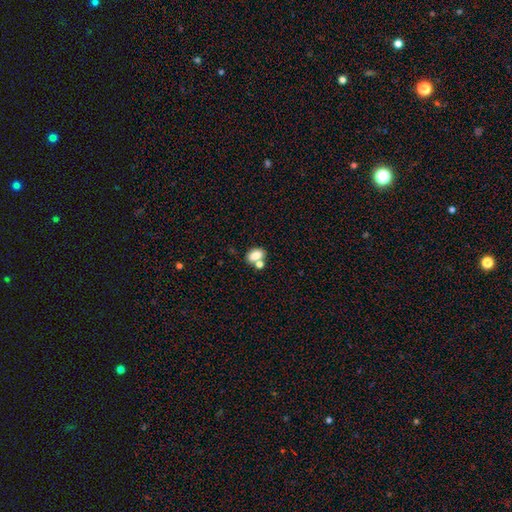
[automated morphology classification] This is likely a smooth galaxy (80%). How rounded: clearly in between (81%). Merging: possibly none (50%).